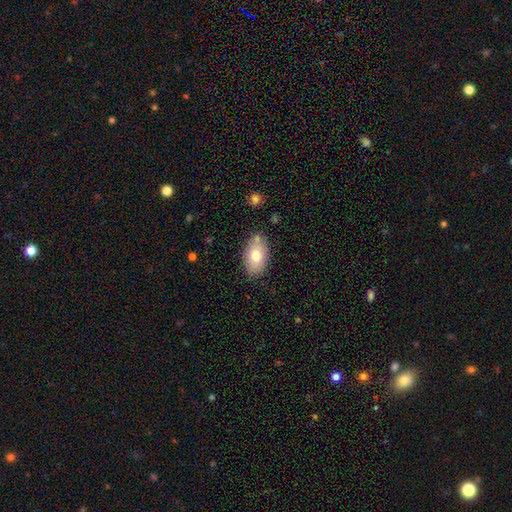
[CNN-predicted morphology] Q: Smooth or featured?
A: smooth (73%); runner-up: featured or disk (20%)
Q: How rounded?
A: in between (90%); runner-up: round (9%)
Q: Merging?
A: none (76%); runner-up: minor disturbance (15%)